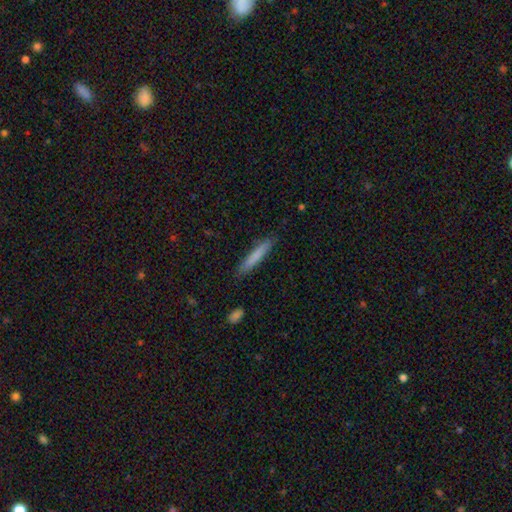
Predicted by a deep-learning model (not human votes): Smooth or featured?
  - smooth: 77% *
  - featured or disk: 17%
  - star or artifact: 6%
How rounded?
  - cigar-shaped: 94% *
  - in between: 5%
  - round: 1%
Merging?
  - none: 87% *
  - minor disturbance: 9%
  - major disturbance: 2%
  - merger: 1%